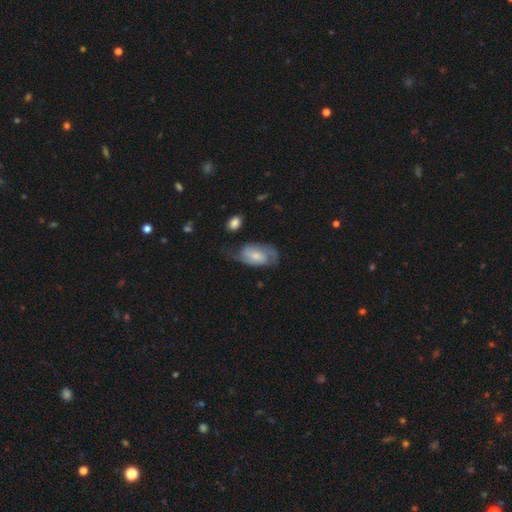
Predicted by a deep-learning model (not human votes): A featured or disk galaxy (61%) with no bar (46%), 2 (76%) medium (46%) spiral arms (88%) and a small central bulge (42%). Merging: none (50%).